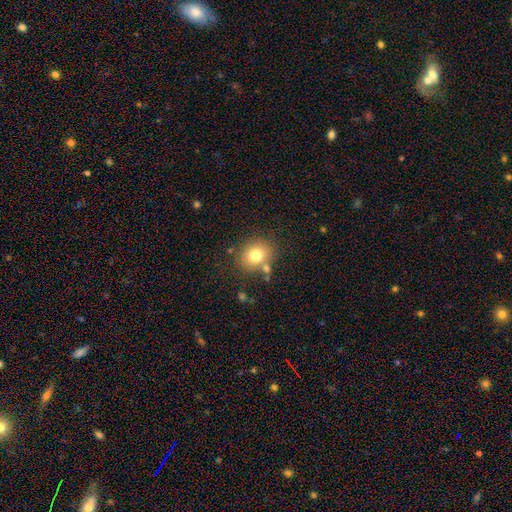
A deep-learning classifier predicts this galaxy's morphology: Smooth or featured? Predicted: smooth (p=0.77). How rounded? Predicted: round (p=0.58). Merging? Predicted: none (p=0.75).